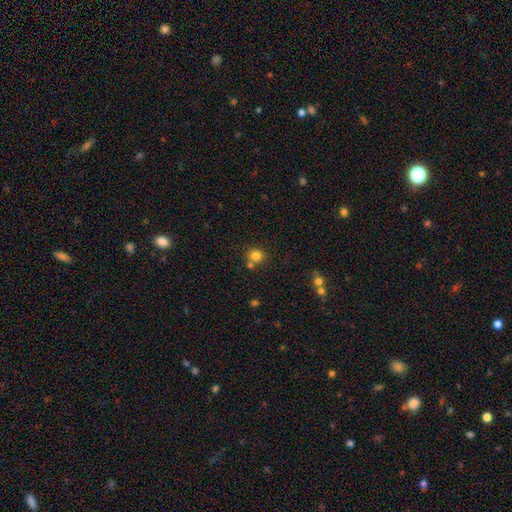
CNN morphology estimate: Smooth or featured? smooth (81%)
How rounded? round (88%)
Merging? none (66%)